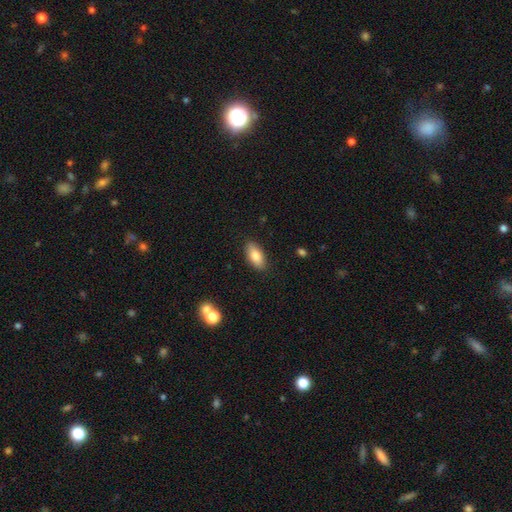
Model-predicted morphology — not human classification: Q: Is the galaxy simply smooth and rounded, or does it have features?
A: smooth — 81%.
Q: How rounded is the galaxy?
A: in between — 87%.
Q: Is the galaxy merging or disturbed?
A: none — 87%.